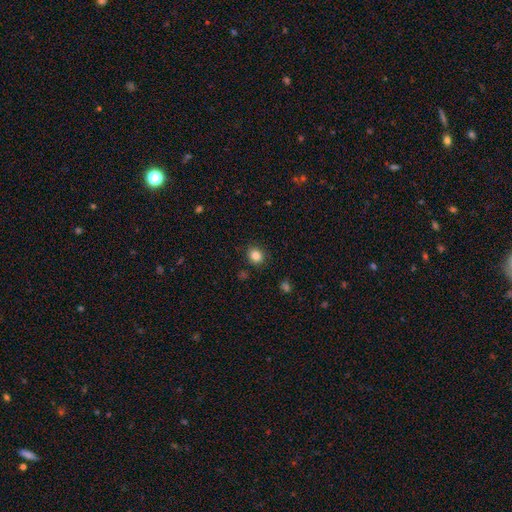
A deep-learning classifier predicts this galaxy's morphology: This is clearly a smooth galaxy (85%). How rounded: likely round (71%). Merging: clearly none (87%).